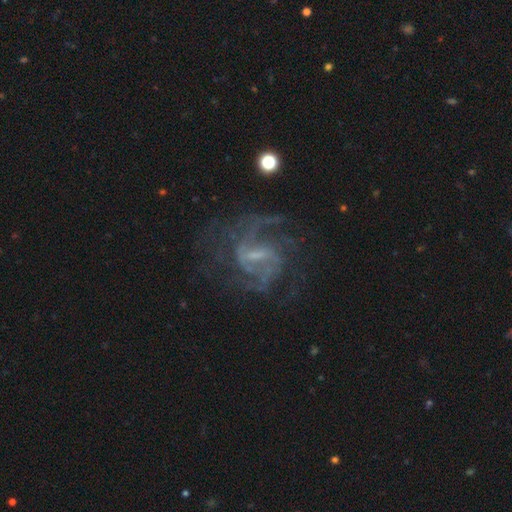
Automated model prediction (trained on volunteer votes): This appears to be a featured or disk galaxy (85%) with a weak bar (53%), 2 (46%) medium (52%) spiral arms (93%) and a small central bulge (50%). Merging: none (61%).